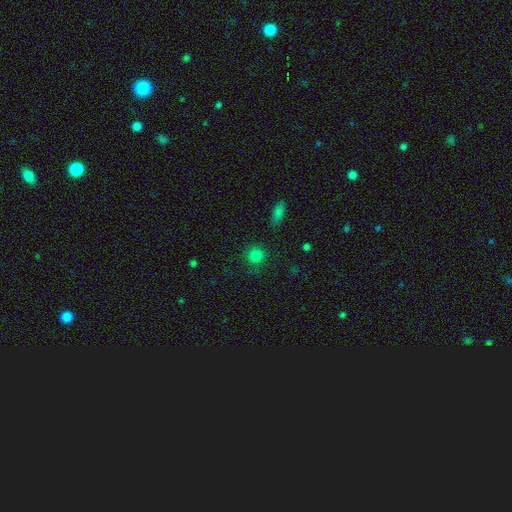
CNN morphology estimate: smooth-or-featured: smooth: 82% | star or artifact: 13% | featured or disk: 5%
  how-rounded: round: 91% | in between: 8% | cigar-shaped: 1%
  merging: none: 83% | minor disturbance: 10% | major disturbance: 4% | merger: 2%